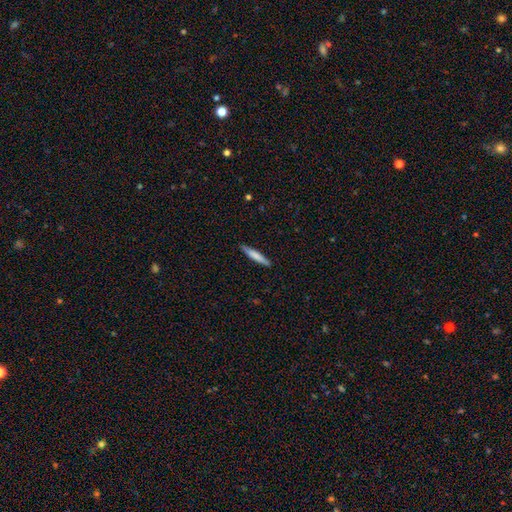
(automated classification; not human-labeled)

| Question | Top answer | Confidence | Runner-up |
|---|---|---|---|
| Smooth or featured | smooth | 71% | featured or disk (23%) |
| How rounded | cigar-shaped | 93% | in between (6%) |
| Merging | none | 89% | minor disturbance (8%) |